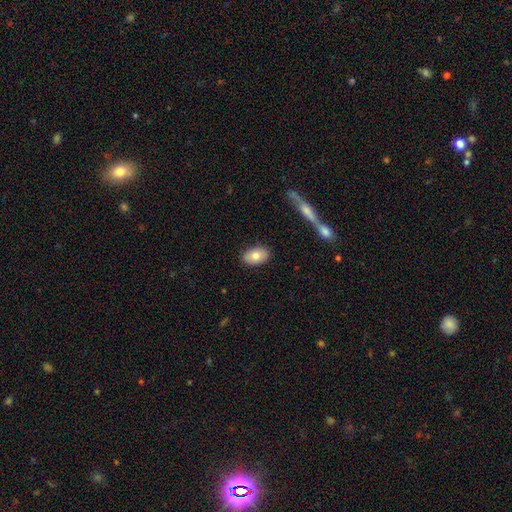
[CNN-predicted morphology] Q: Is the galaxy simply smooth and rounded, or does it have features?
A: smooth — 78%.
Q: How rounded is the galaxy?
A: in between — 90%.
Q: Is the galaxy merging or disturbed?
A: none — 87%.